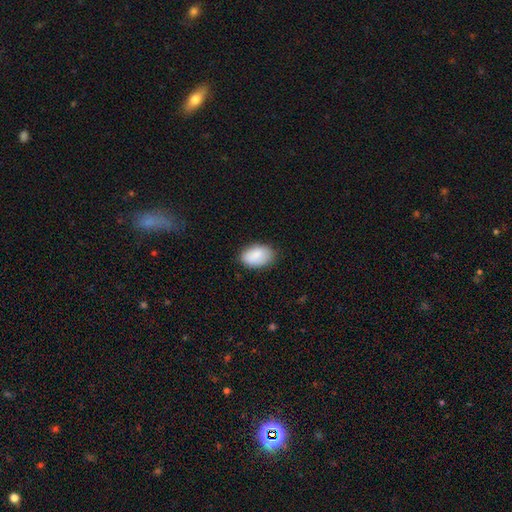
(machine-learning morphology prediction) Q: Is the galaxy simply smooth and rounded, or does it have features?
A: smooth — 87%.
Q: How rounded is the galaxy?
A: in between — 92%.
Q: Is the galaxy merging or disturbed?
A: none — 79%.